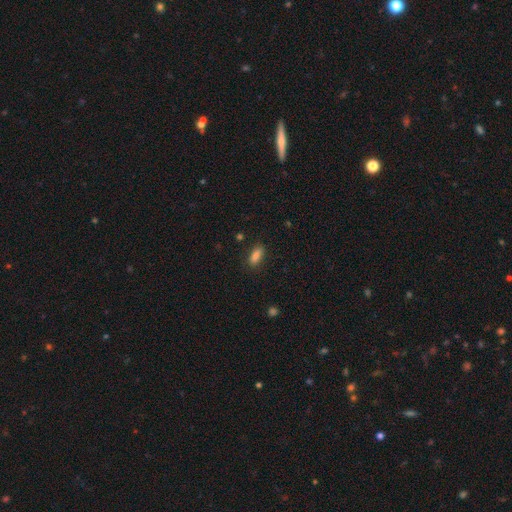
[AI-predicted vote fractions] Smooth or featured? Predicted: smooth (p=0.86). How rounded? Predicted: in between (p=0.77). Merging? Predicted: none (p=0.84).